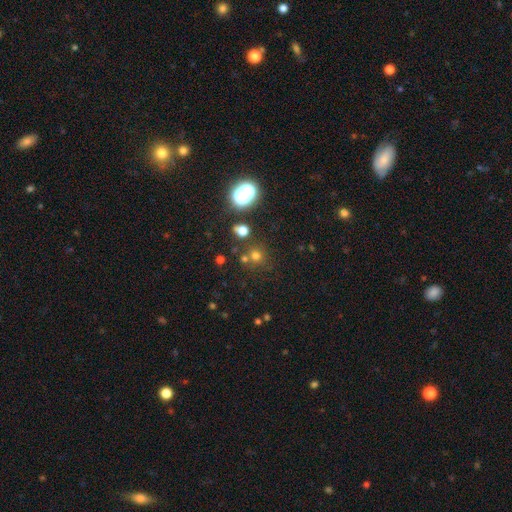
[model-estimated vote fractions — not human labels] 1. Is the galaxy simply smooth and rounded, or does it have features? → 57% smooth, 34% star or artifact, 9% featured or disk.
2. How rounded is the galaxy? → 90% round, 9% in between, 1% cigar-shaped.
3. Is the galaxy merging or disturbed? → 74% none, 14% merger, 8% minor disturbance, 4% major disturbance.